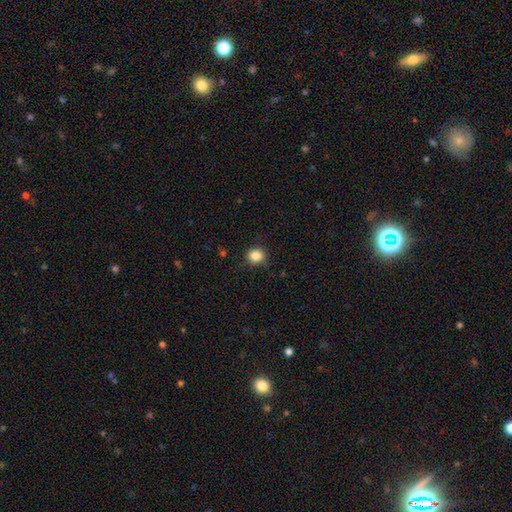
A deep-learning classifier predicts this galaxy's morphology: Smooth or featured? smooth (85%)
How rounded? round (87%)
Merging? none (86%)